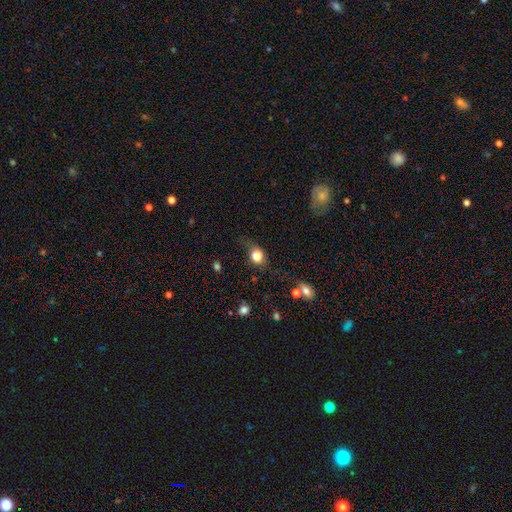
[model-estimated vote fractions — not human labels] This appears to be a smooth galaxy with no disk features (78%) that is round (58%). Merging: none (52%).